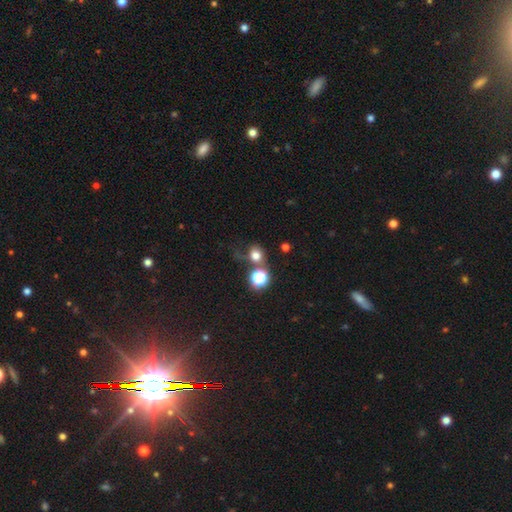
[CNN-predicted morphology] The model was most divided on "merging": none: 49%, merger: 21%, minor disturbance: 16%, major disturbance: 14%. More confident: how rounded — round (72%); smooth or featured — smooth (71%).